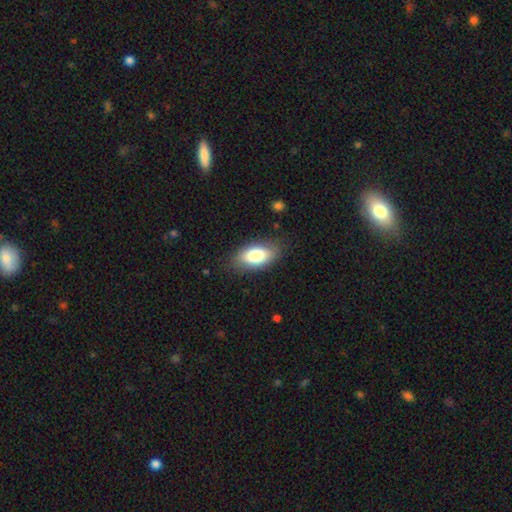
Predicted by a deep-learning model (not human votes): Q: Smooth or featured?
A: smooth (78%); runner-up: featured or disk (15%)
Q: How rounded?
A: in between (91%); runner-up: round (5%)
Q: Merging?
A: none (82%); runner-up: minor disturbance (13%)